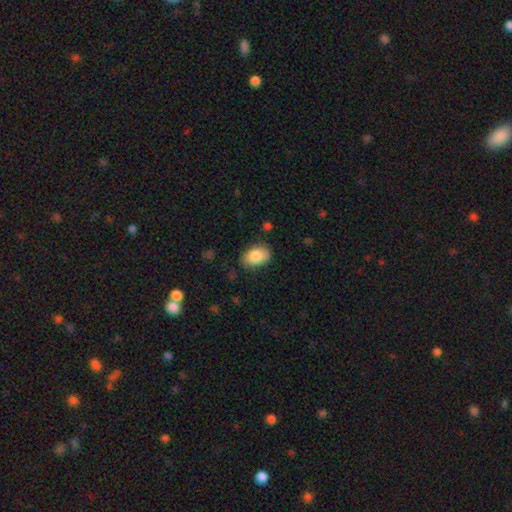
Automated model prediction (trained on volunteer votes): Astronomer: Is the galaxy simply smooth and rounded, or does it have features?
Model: smooth — 84%.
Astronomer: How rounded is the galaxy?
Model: in between — 87%.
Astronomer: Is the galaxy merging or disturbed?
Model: none — 79%.